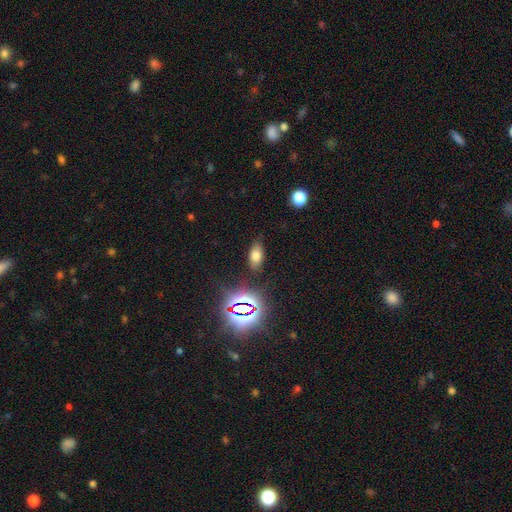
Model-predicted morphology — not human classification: This is likely a smooth galaxy (67%). How rounded: clearly in between (87%). Merging: clearly none (83%).